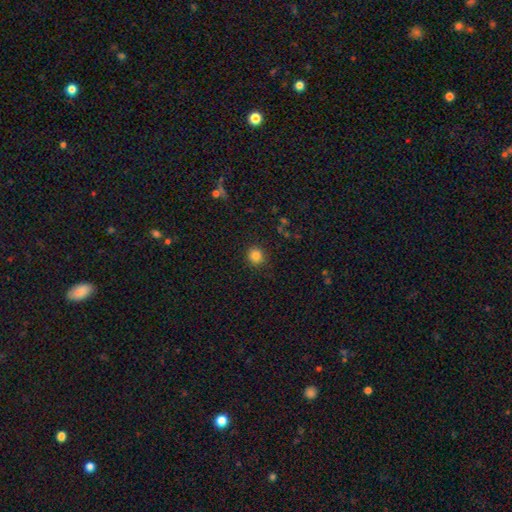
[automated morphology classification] Q: Smooth or featured?
A: smooth (84%); runner-up: star or artifact (12%)
Q: How rounded?
A: round (85%); runner-up: in between (14%)
Q: Merging?
A: none (87%); runner-up: minor disturbance (9%)